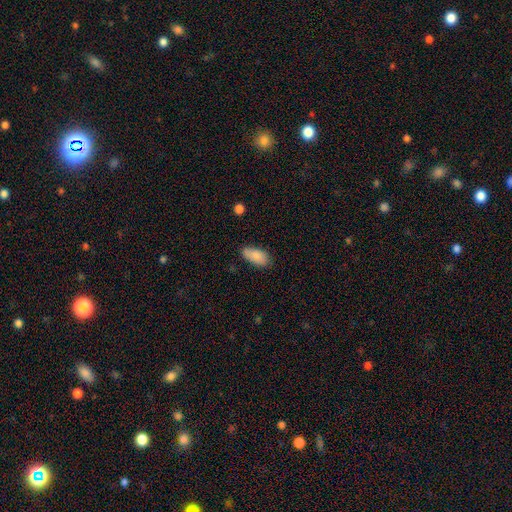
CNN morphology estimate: Smooth or featured?
  - smooth: 86% *
  - star or artifact: 7%
  - featured or disk: 7%
How rounded?
  - in between: 90% *
  - cigar-shaped: 7%
  - round: 2%
Merging?
  - none: 76% *
  - minor disturbance: 19%
  - major disturbance: 3%
  - merger: 2%